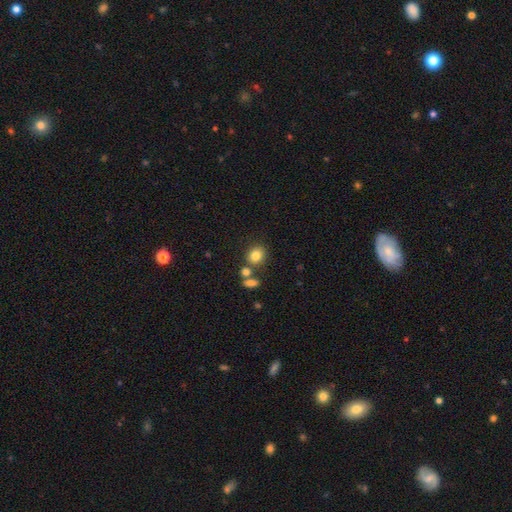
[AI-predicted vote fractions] Smooth or featured? smooth (82%)
How rounded? round (73%)
Merging? none (68%)